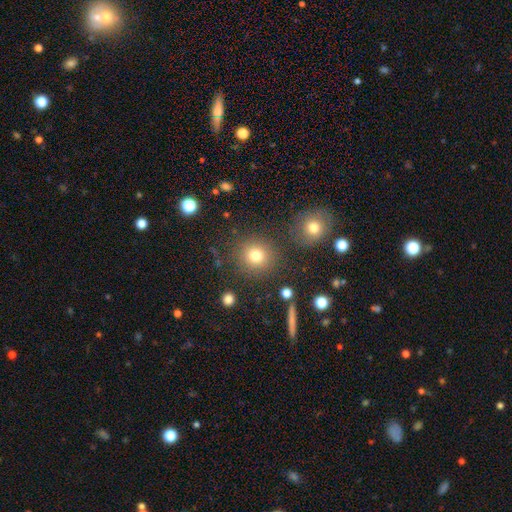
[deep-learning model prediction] Morphology: type=smooth (78%); roundness=round (91%); merging=none (84%).